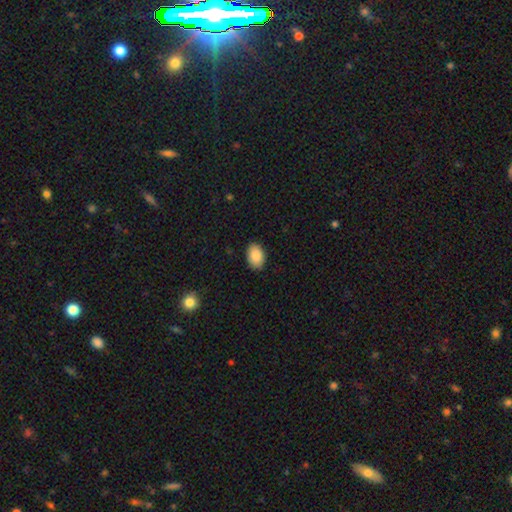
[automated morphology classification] Smooth or featured? Predicted: smooth (p=0.89). How rounded? Predicted: in between (p=0.88). Merging? Predicted: none (p=0.89).